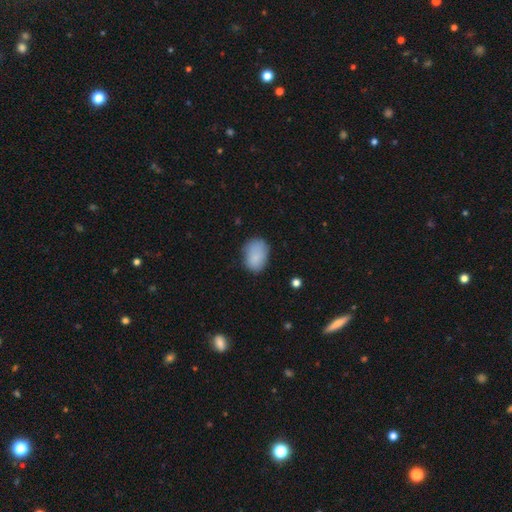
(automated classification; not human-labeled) The model was most divided on "merging": none: 66%, minor disturbance: 26%, major disturbance: 6%, merger: 2%. More confident: smooth or featured — smooth (86%); how rounded — in between (79%).